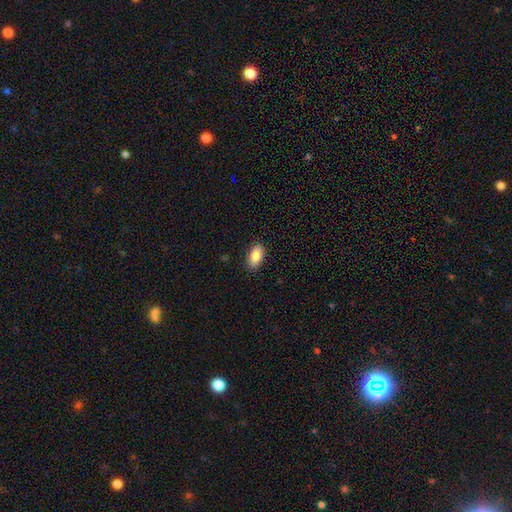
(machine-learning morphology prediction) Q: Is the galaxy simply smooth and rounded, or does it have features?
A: smooth — 88%.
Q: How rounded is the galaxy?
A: in between — 93%.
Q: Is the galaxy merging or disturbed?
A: none — 87%.